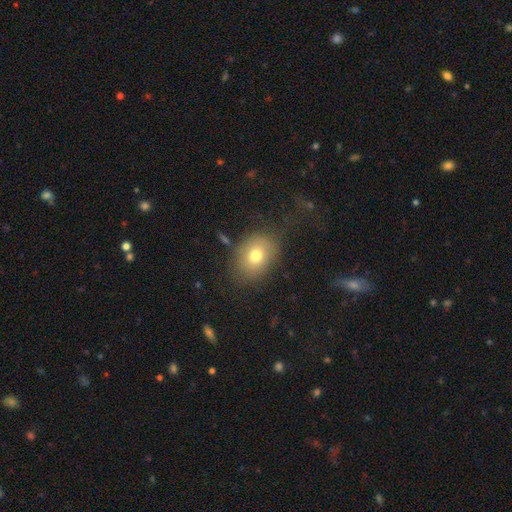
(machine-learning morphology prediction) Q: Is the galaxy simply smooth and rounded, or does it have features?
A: smooth — 75%.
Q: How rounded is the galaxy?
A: in between — 59%.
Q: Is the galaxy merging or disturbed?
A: none — 69%.